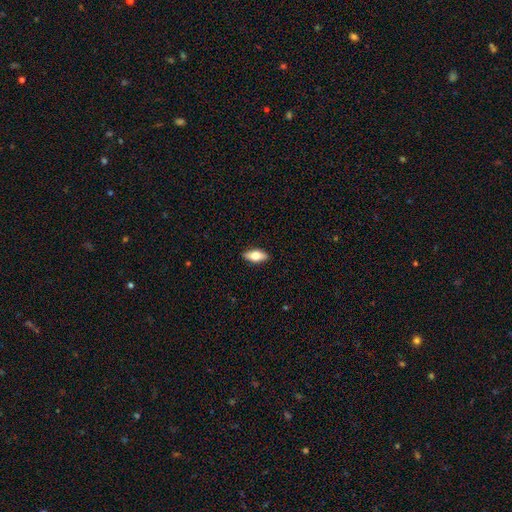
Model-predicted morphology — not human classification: Q: Smooth or featured?
A: smooth (68%); runner-up: featured or disk (25%)
Q: How rounded?
A: in between (83%); runner-up: cigar-shaped (14%)
Q: Merging?
A: none (89%); runner-up: minor disturbance (8%)